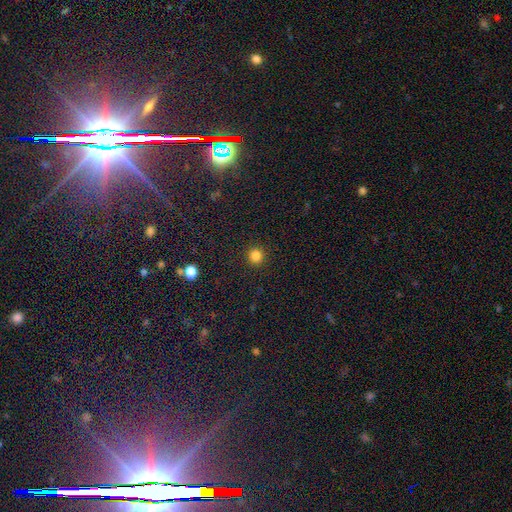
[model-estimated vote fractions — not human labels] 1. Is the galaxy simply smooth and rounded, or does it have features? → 83% smooth, 13% star or artifact, 4% featured or disk.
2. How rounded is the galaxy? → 94% round, 5% in between, 1% cigar-shaped.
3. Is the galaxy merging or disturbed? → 92% none, 5% minor disturbance, 2% major disturbance, 1% merger.